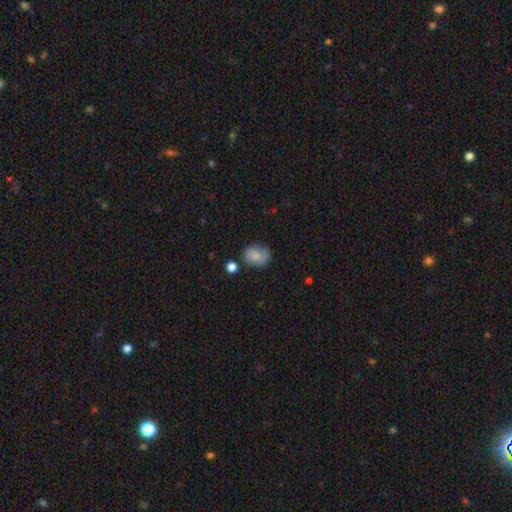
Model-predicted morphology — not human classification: Smooth or featured?
  - smooth: 78% *
  - featured or disk: 13%
  - star or artifact: 9%
How rounded?
  - in between: 52% *
  - round: 47%
  - cigar-shaped: 1%
Merging?
  - none: 63% *
  - minor disturbance: 25%
  - major disturbance: 7%
  - merger: 5%